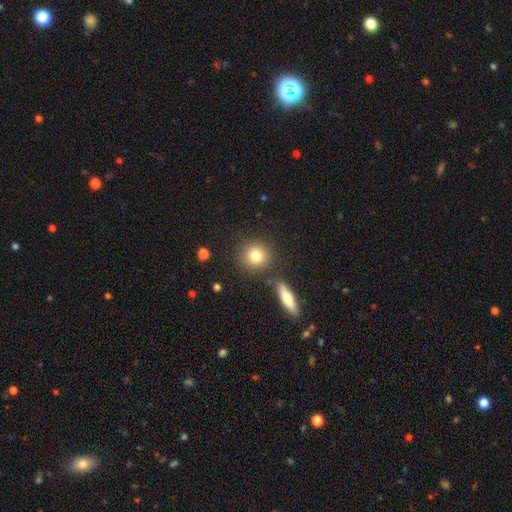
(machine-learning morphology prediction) This appears to be a smooth galaxy with no disk features (79%) that is round (89%). Merging: none (82%).